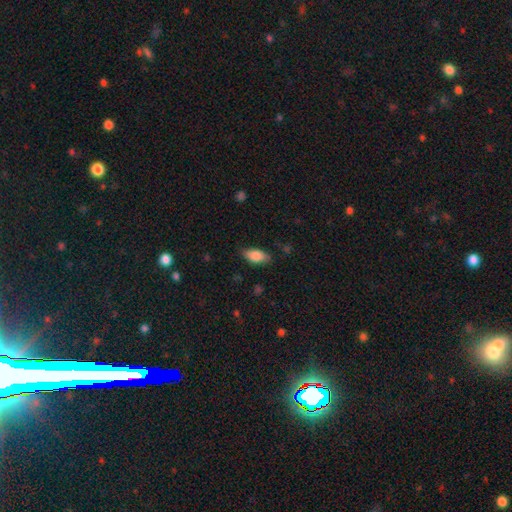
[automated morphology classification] This appears to be a smooth galaxy with no disk features (85%) that is in between round and cigar-shaped (90%). Merging: none (80%).